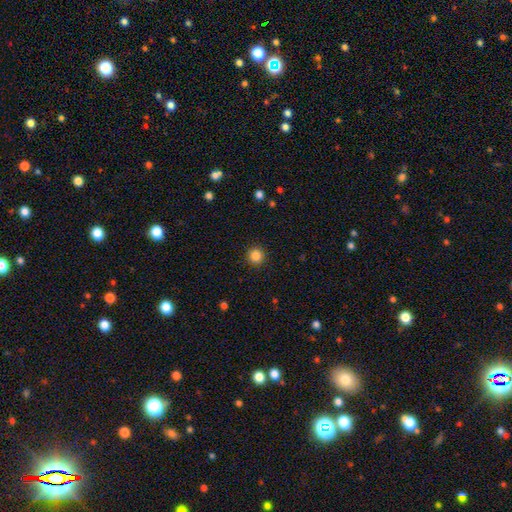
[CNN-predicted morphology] type=smooth (85%); roundness=round (95%); merging=none (92%).